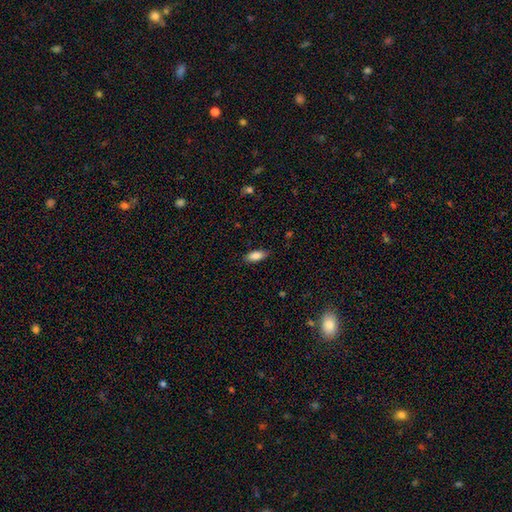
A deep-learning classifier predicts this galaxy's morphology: The model was most divided on "how rounded": in between: 84%, cigar-shaped: 13%, round: 2%. More confident: smooth or featured — smooth (86%); merging — none (85%).